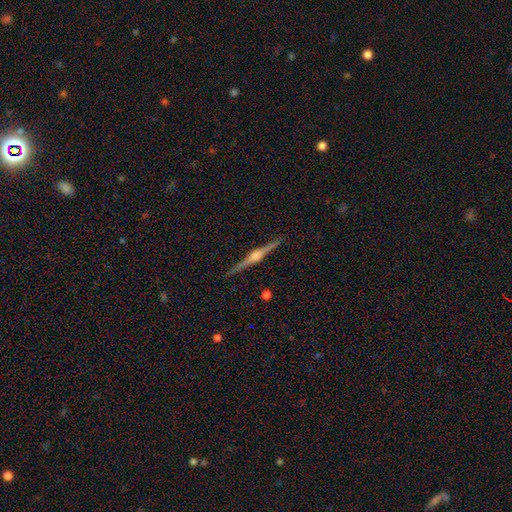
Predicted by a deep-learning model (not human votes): Smooth or featured: featured or disk — 87% (smooth — 8%)
Edge-on disk: yes — 99% (no — 1%)
Edge-on bulge: rounded — 87% (boxy — 9%)
Merging: none — 93% (minor disturbance — 5%)